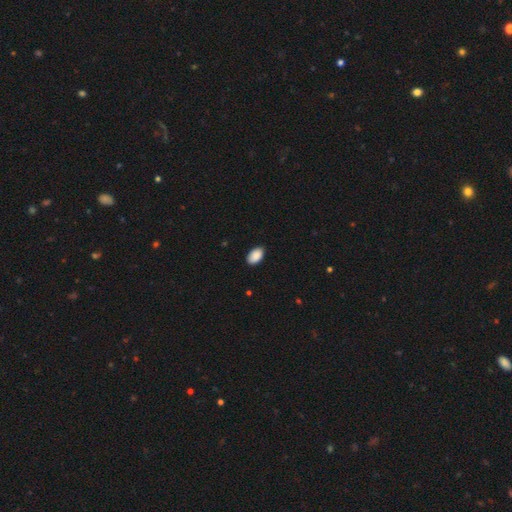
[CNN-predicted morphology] Smooth or featured: smooth — 90% (star or artifact — 7%)
How rounded: in between — 94% (round — 5%)
Merging: none — 87% (minor disturbance — 10%)